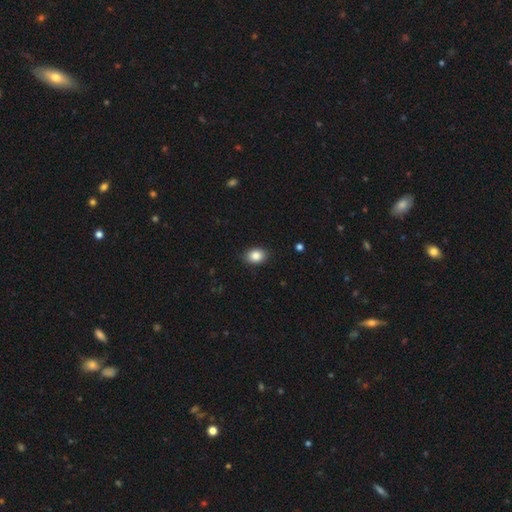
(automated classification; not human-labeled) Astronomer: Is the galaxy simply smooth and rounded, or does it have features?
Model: smooth — 86%.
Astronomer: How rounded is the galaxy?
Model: in between — 68%.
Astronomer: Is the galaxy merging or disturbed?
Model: none — 89%.